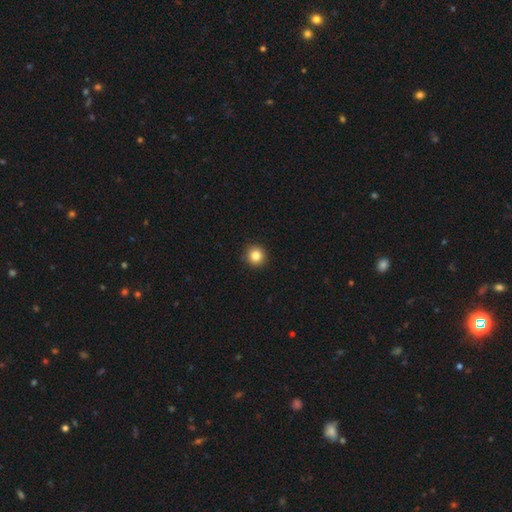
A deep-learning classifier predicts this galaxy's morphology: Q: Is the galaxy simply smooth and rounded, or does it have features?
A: smooth — 84%.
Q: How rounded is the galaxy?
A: round — 94%.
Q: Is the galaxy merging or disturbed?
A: none — 93%.